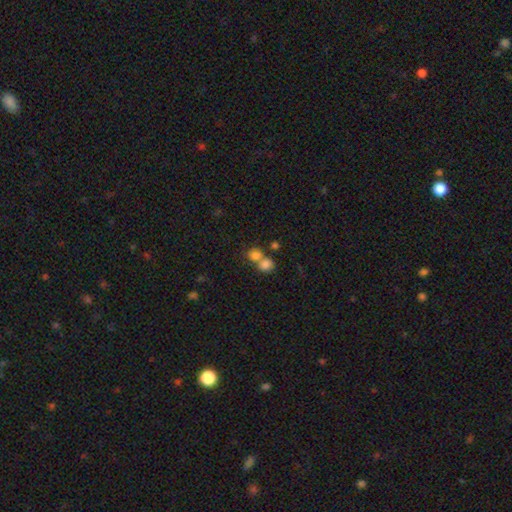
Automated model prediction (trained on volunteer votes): Smooth or featured?
  - smooth: 79% *
  - star or artifact: 12%
  - featured or disk: 9%
How rounded?
  - round: 72% *
  - in between: 27%
  - cigar-shaped: 1%
Merging?
  - merger: 57% *
  - none: 33%
  - minor disturbance: 6%
  - major disturbance: 3%